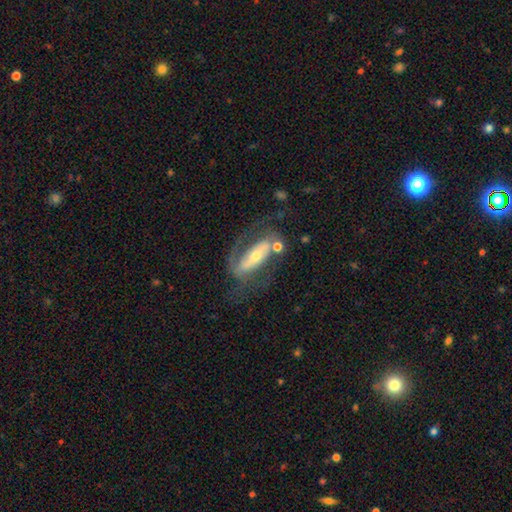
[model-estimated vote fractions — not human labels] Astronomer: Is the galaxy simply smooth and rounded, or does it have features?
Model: featured or disk — 74%.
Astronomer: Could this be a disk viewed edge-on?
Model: no — 85%.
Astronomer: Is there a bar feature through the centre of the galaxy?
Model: strong — 49% (runner-up: no, 29%).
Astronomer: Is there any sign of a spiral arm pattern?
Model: yes — 76%.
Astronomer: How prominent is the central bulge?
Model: small — 48% (runner-up: moderate, 44%).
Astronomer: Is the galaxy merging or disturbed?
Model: none — 54%.